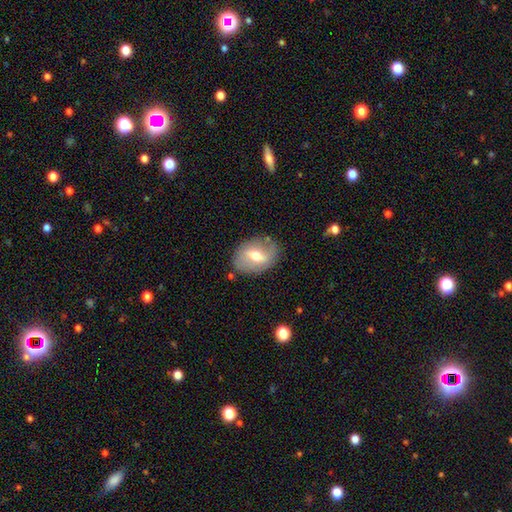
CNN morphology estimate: Smooth or featured? featured or disk (51%)
Edge-on disk? no (92%)
Merging? none (77%)